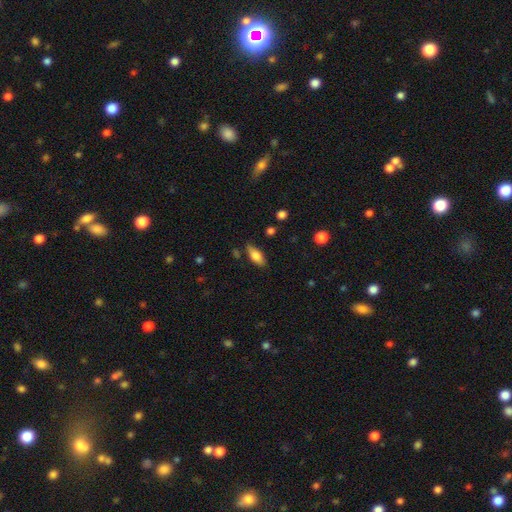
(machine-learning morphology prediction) Smooth or featured?
  - smooth: 74% *
  - featured or disk: 19%
  - star or artifact: 7%
How rounded?
  - in between: 78% *
  - cigar-shaped: 19%
  - round: 3%
Merging?
  - none: 77% *
  - minor disturbance: 17%
  - major disturbance: 4%
  - merger: 3%